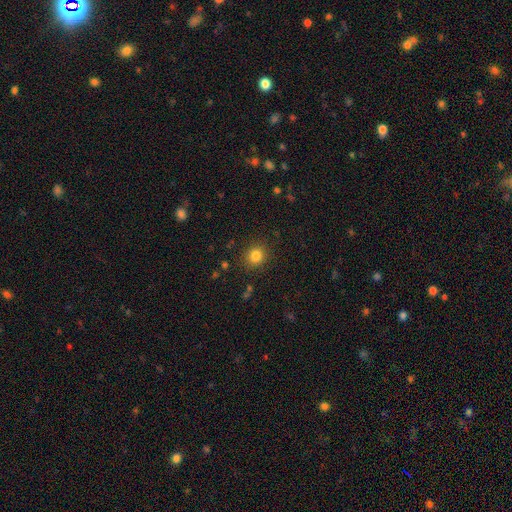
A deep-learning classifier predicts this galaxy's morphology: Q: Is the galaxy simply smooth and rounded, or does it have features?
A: smooth — 82%.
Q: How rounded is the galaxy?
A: round — 86%.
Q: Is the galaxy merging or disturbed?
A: none — 88%.